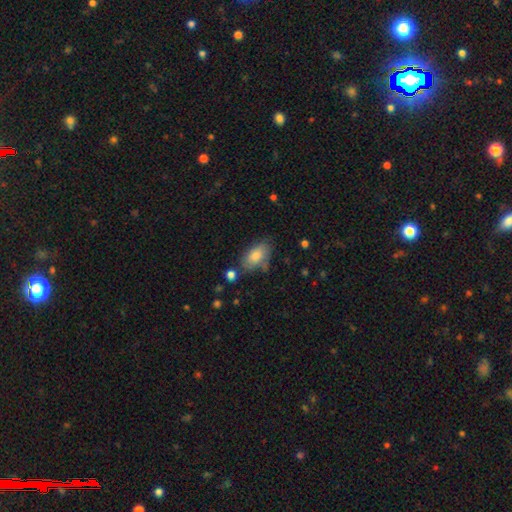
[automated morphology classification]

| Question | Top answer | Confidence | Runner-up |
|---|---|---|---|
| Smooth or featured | smooth | 76% | featured or disk (17%) |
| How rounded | in between | 92% | round (5%) |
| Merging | none | 63% | minor disturbance (24%) |